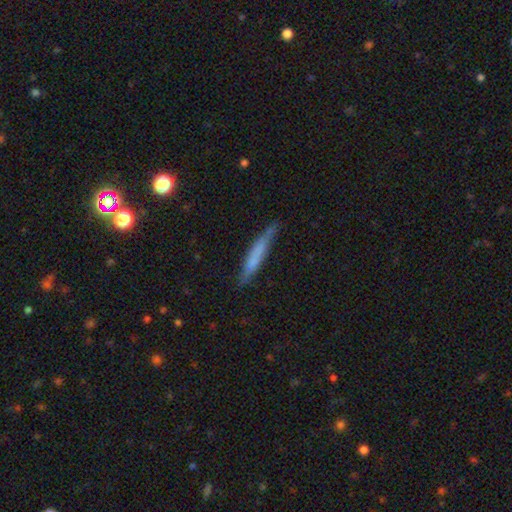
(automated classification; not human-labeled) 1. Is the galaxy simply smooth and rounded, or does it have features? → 62% smooth, 31% featured or disk, 7% star or artifact.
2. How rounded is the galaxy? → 94% cigar-shaped, 5% in between, 1% round.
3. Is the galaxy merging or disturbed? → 73% none, 21% minor disturbance, 4% major disturbance, 2% merger.